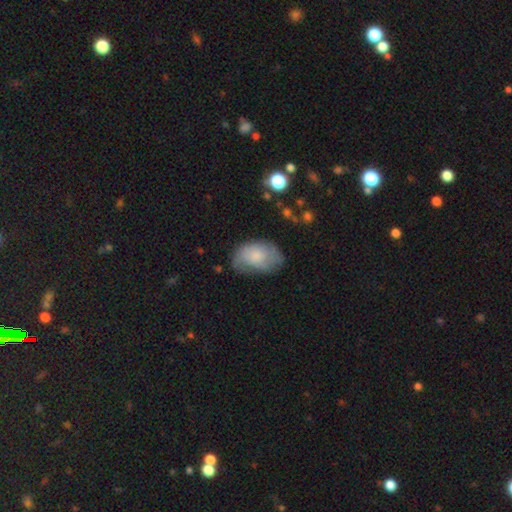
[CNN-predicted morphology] The model was most divided on "merging": none: 54%, minor disturbance: 31%, major disturbance: 12%, merger: 2%. More confident: how rounded — in between (89%); smooth or featured — smooth (62%).